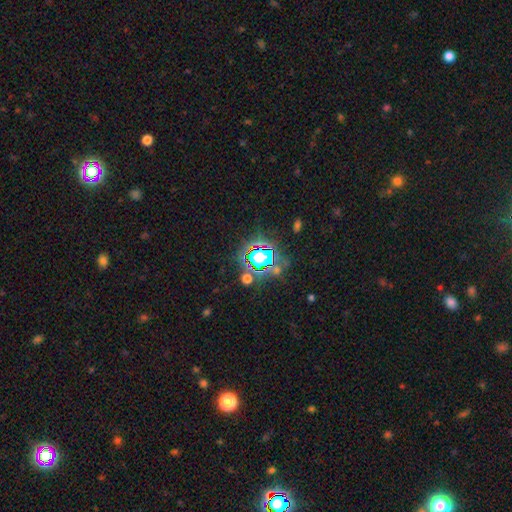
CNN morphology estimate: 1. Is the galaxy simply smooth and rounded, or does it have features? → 66% star or artifact, 22% smooth, 12% featured or disk.